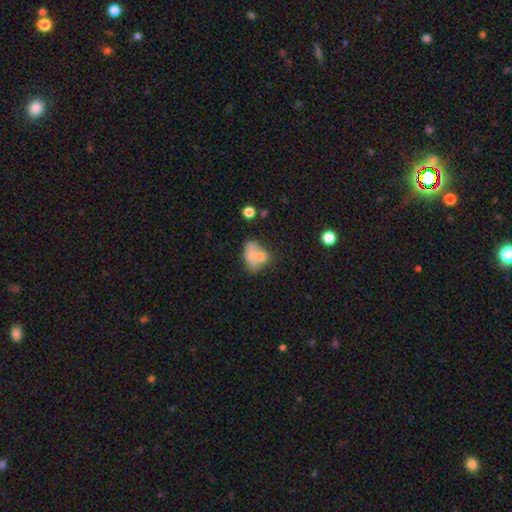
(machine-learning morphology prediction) smooth-or-featured: smooth: 65% | featured or disk: 25% | star or artifact: 11%
  how-rounded: in between: 72% | round: 26% | cigar-shaped: 2%
  merging: merger: 50% | none: 25% | minor disturbance: 14% | major disturbance: 10%